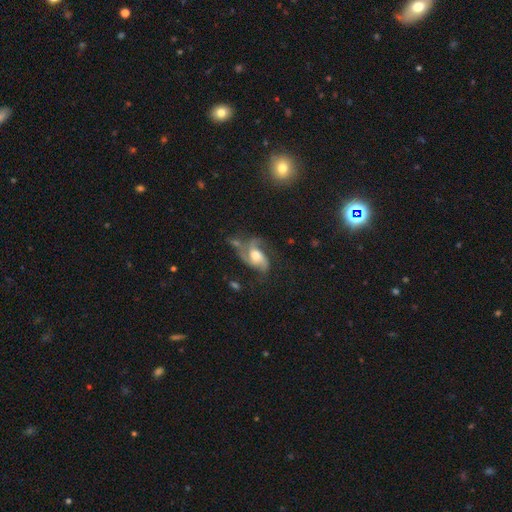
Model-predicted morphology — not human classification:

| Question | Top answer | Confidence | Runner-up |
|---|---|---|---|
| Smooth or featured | featured or disk | 79% | smooth (14%) |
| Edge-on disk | no | 97% | yes (3%) |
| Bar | no | 59% | weak (32%) |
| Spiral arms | yes | 93% | no (7%) |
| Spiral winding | medium | 46% | loose (38%) |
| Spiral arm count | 2 | 49% | 3 (30%) |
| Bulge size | moderate | 64% | large (22%) |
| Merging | none | 38% | major disturbance (29%) |